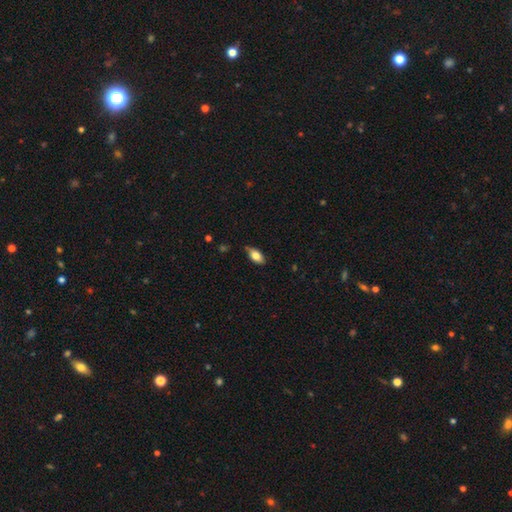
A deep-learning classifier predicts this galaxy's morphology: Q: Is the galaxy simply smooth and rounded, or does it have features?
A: smooth — 75%.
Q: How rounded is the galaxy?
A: in between — 89%.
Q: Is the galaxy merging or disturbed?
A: none — 75%.